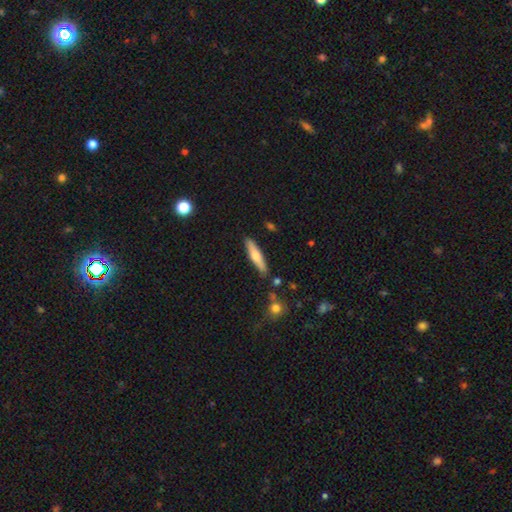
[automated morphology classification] smooth-or-featured: smooth: 56% | featured or disk: 38% | star or artifact: 6%
  how-rounded: cigar-shaped: 81% | in between: 17% | round: 2%
  merging: none: 86% | minor disturbance: 9% | merger: 3% | major disturbance: 2%